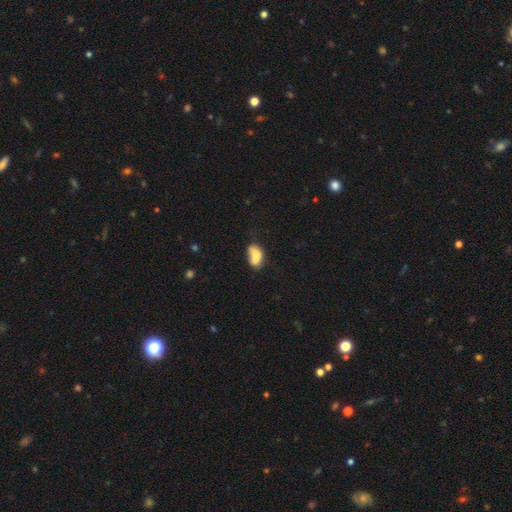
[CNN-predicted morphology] The model was most divided on "merging": none: 43%, minor disturbance: 32%, merger: 14%, major disturbance: 11%. More confident: how rounded — in between (88%); smooth or featured — smooth (71%).